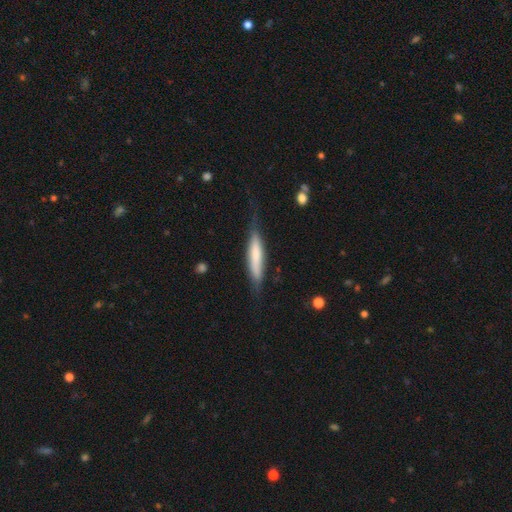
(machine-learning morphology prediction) type=smooth (60%); roundness=cigar-shaped (87%); merging=none (63%).